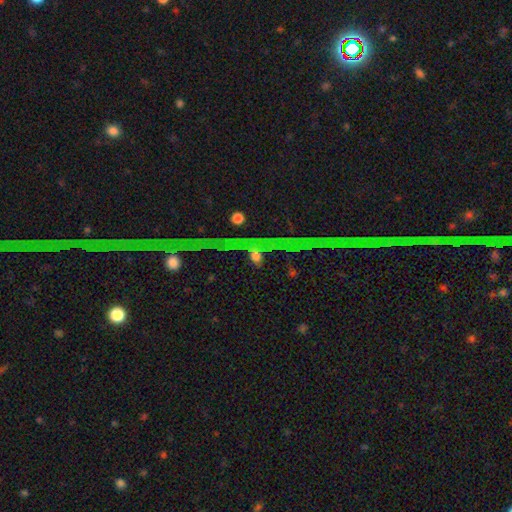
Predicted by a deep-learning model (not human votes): This appears to be a star or artifact, not a galaxy (41%).